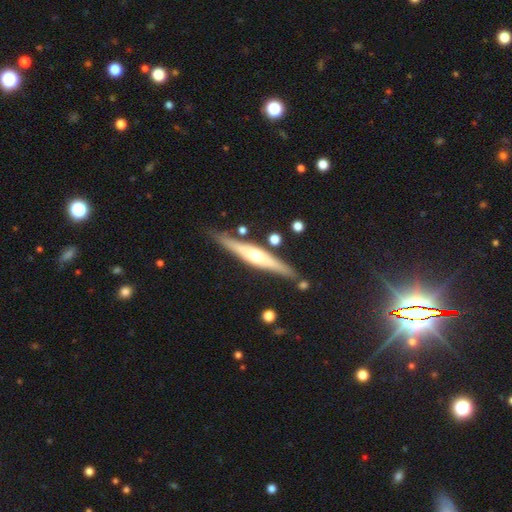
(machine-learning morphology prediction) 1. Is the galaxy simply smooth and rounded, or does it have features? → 70% featured or disk, 24% smooth, 6% star or artifact.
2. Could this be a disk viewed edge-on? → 95% yes, 5% no.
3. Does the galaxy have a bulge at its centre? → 89% rounded, 6% boxy, 5% none.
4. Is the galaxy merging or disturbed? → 83% none, 11% minor disturbance, 4% merger, 2% major disturbance.